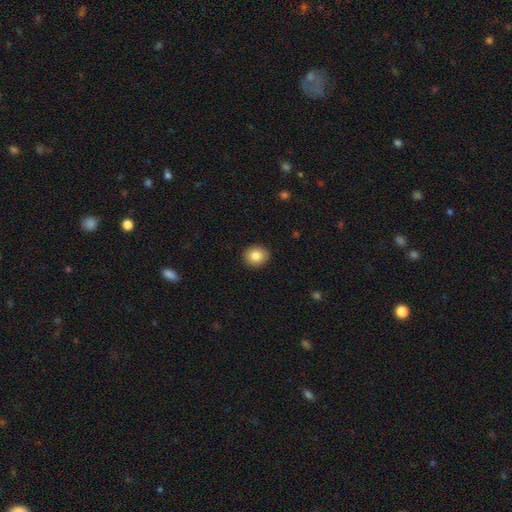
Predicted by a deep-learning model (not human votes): A smooth galaxy with no disk features (84%) that is round (76%). Merging: none (91%).